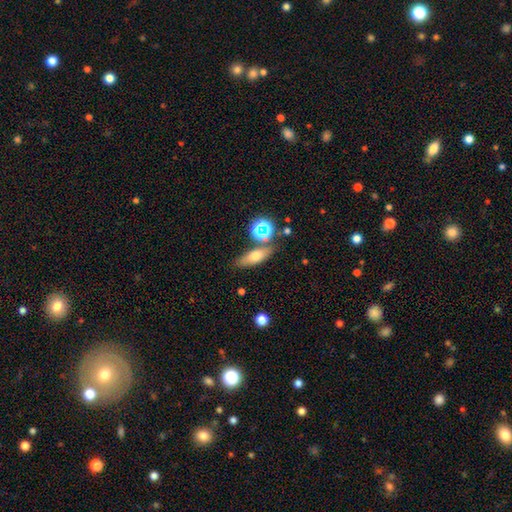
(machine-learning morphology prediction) smooth-or-featured: smooth: 60% | featured or disk: 26% | star or artifact: 13%
  how-rounded: in between: 54% | cigar-shaped: 36% | round: 9%
  merging: none: 73% | minor disturbance: 12% | merger: 11% | major disturbance: 4%